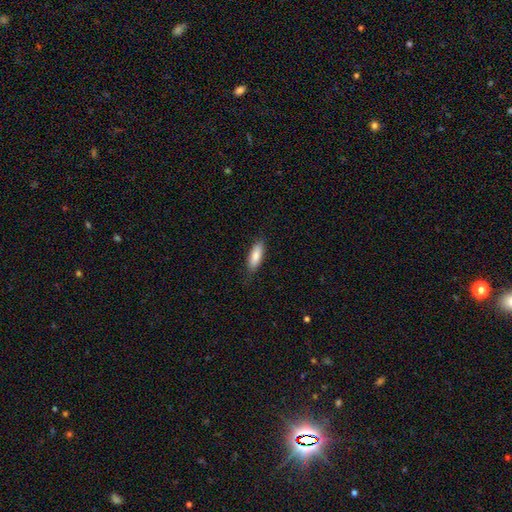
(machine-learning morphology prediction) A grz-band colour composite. It shows a smooth galaxy with no disk features (84%) that is in between round and cigar-shaped (66%). Merging: none (83%).